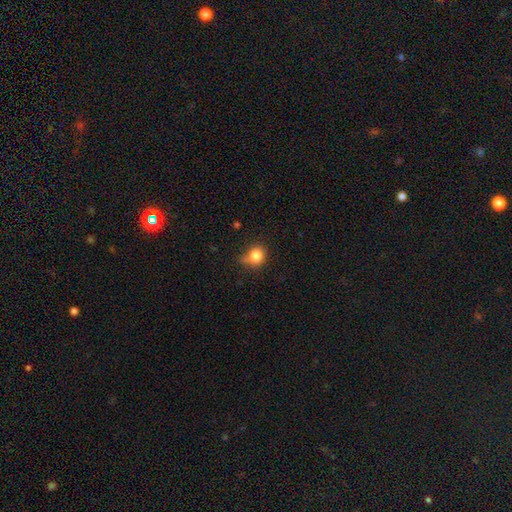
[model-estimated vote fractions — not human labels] Smooth or featured?
  - smooth: 82% *
  - star or artifact: 11%
  - featured or disk: 6%
How rounded?
  - round: 77% *
  - in between: 22%
  - cigar-shaped: 1%
Merging?
  - none: 54% *
  - minor disturbance: 30%
  - major disturbance: 9%
  - merger: 7%